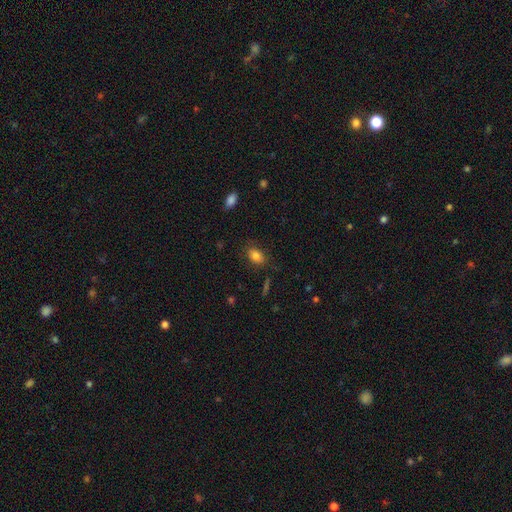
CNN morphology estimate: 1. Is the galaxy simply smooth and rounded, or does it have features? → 82% smooth, 10% star or artifact, 8% featured or disk.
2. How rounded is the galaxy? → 81% in between, 17% round, 2% cigar-shaped.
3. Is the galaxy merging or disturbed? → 80% none, 14% minor disturbance, 4% major disturbance, 2% merger.